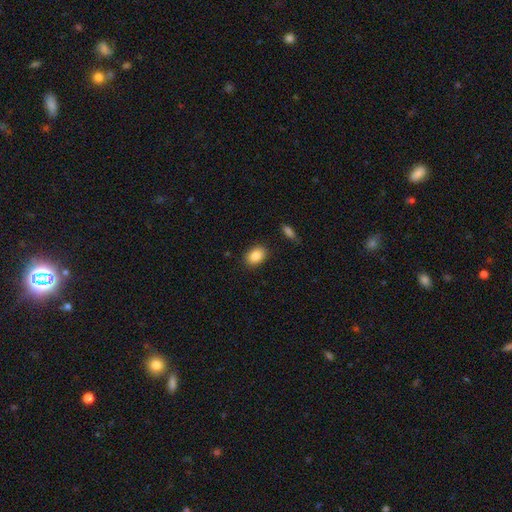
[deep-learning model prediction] smooth 87%, star or artifact 8%, featured or disk 5%. Down the decision tree: how rounded — in between (75%); merging — none (87%).